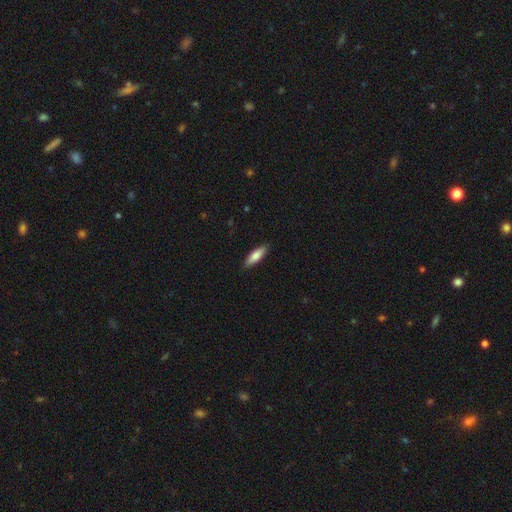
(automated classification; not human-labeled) smooth-or-featured: smooth: 75% | featured or disk: 19% | star or artifact: 6%
  how-rounded: cigar-shaped: 56% | in between: 42% | round: 2%
  merging: none: 89% | minor disturbance: 9% | major disturbance: 2% | merger: 1%